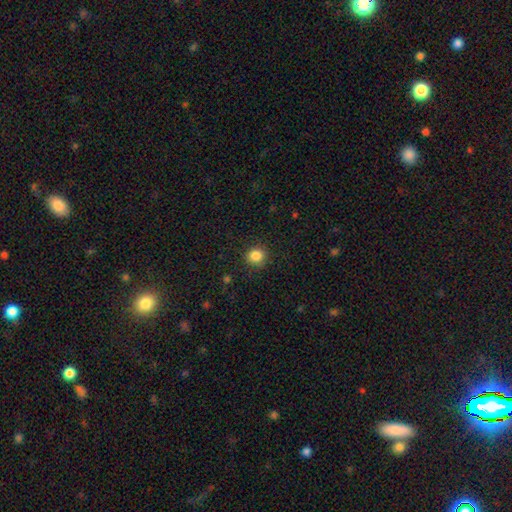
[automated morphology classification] This is clearly a smooth galaxy (85%). How rounded: clearly round (91%). Merging: clearly none (89%).